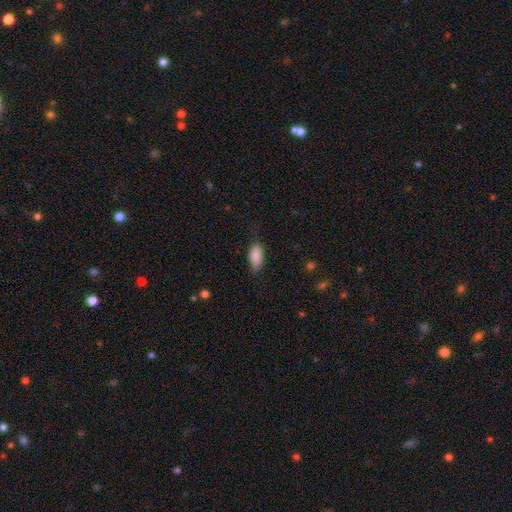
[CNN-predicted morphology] Smooth or featured?
  - smooth: 87% *
  - star or artifact: 6%
  - featured or disk: 6%
How rounded?
  - in between: 90% *
  - cigar-shaped: 8%
  - round: 2%
Merging?
  - none: 75% *
  - minor disturbance: 20%
  - major disturbance: 5%
  - merger: 1%